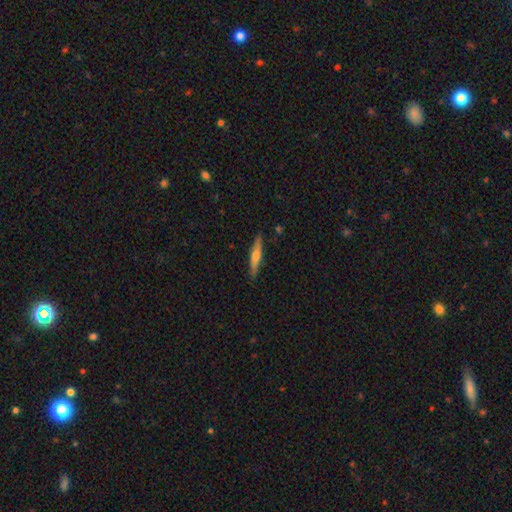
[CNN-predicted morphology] This appears to be a featured or disk galaxy (50%) viewed edge-on (95%). Merging: none (88%).